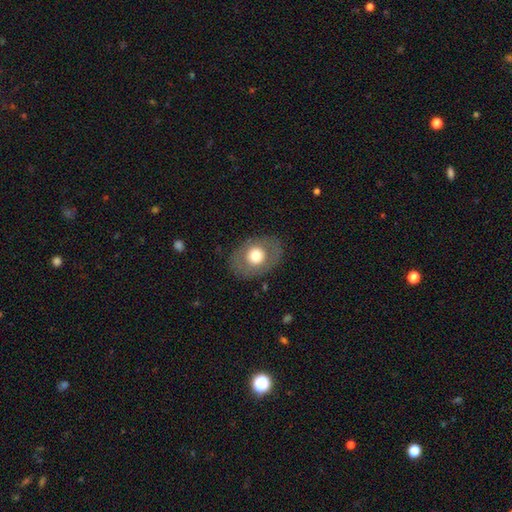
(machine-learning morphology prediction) Q: Smooth or featured?
A: smooth (62%); runner-up: featured or disk (31%)
Q: How rounded?
A: in between (61%); runner-up: round (38%)
Q: Merging?
A: none (83%); runner-up: minor disturbance (11%)